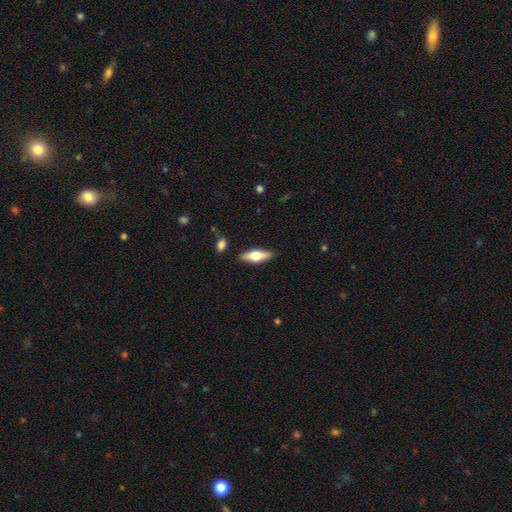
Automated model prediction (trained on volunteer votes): Morphology: type=featured or disk (48%); merging=none (86%).